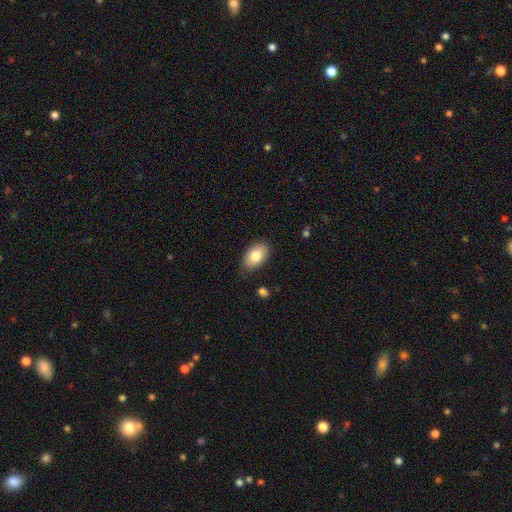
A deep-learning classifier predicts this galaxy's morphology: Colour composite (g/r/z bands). It shows a smooth galaxy with no disk features (82%) that is in between round and cigar-shaped (93%). Merging: none (84%).